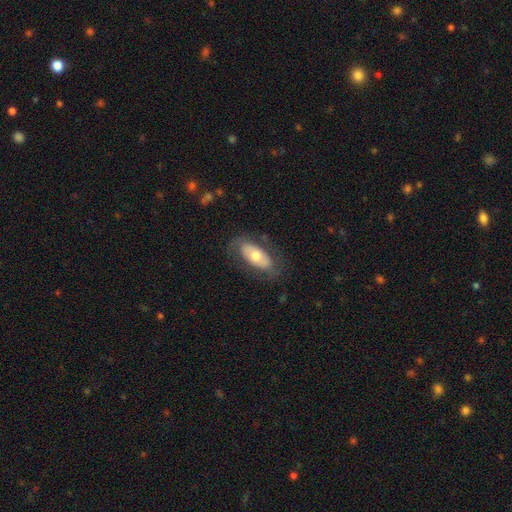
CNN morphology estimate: This is possibly a smooth galaxy (55%). How rounded: clearly in between (89%). Merging: likely none (75%).